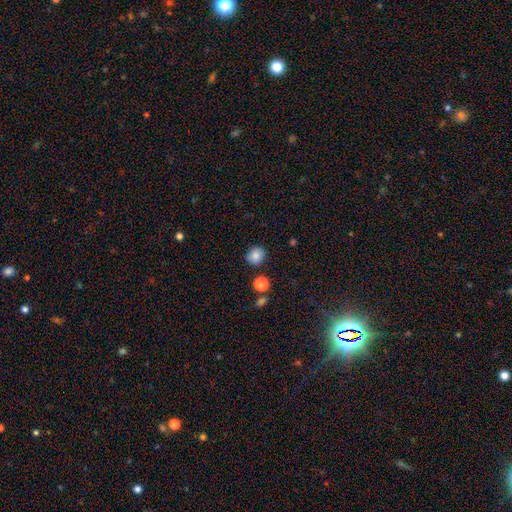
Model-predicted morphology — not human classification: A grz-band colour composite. It shows a smooth galaxy with no disk features (84%) that is round (85%). Merging: none (85%).